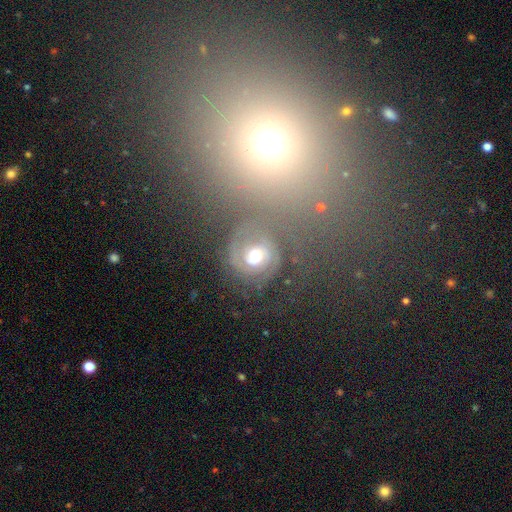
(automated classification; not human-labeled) Morphology: type=featured or disk (74%); edge-on=no (98%); bar=no (65%); spiral arms=yes (90%); winding=tight (58%); arm count=2 (54%); bulge=moderate (71%); merging=none (56%).